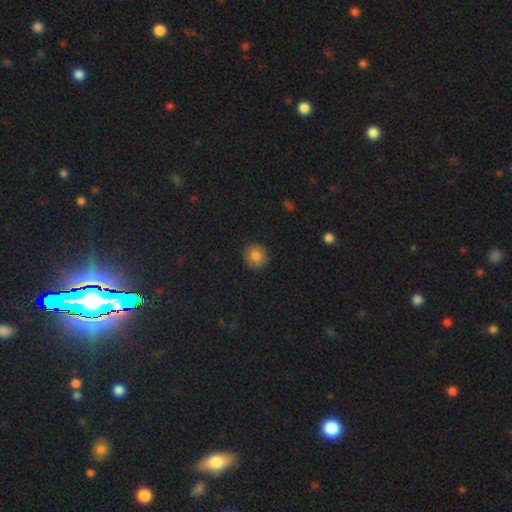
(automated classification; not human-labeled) This appears to be a smooth galaxy with no disk features (82%) that is round (92%). Merging: none (91%).